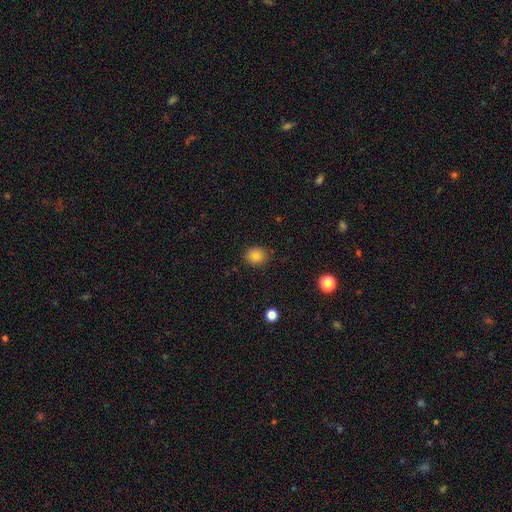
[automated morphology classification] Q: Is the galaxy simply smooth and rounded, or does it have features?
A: smooth — 82%.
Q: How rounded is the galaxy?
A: round — 73%.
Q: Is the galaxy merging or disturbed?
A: none — 88%.